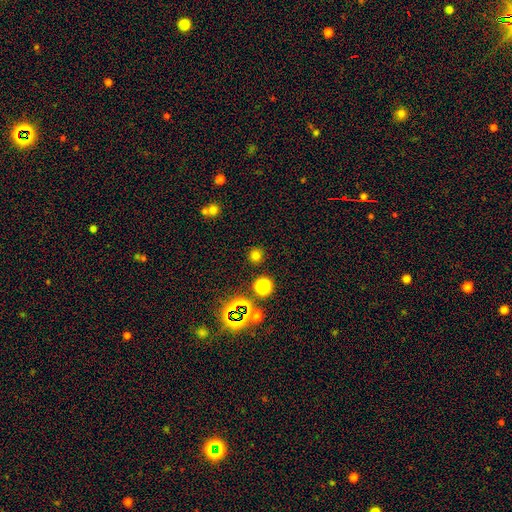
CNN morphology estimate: A smooth galaxy with no disk features (71%) that is round (92%).

Vote fractions:
- Smooth or featured? smooth: 71% / star or artifact: 23% / featured or disk: 6%
- How rounded? round: 92% / in between: 7% / cigar-shaped: 1%
- Merging? none: 87% / minor disturbance: 7% / merger: 3% / major disturbance: 3%